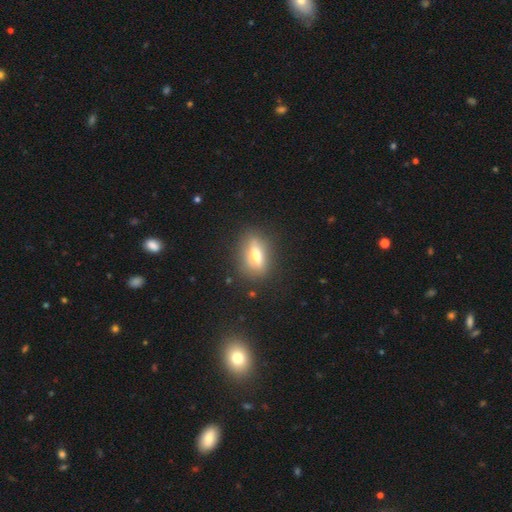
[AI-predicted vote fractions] Smooth or featured? smooth (52%)
How rounded? in between (66%)
Merging? none (82%)